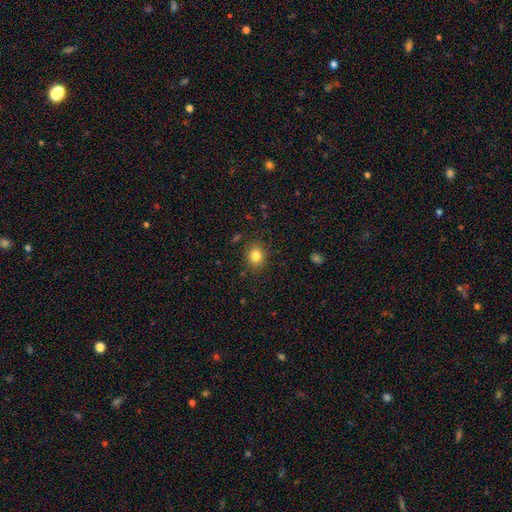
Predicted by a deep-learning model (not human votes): smooth_or_featured: smooth (p=0.82) [alt: star or artifact p=0.11]
how_rounded: round (p=0.55) [alt: in between p=0.44]
merging: none (p=0.87) [alt: minor disturbance p=0.09]